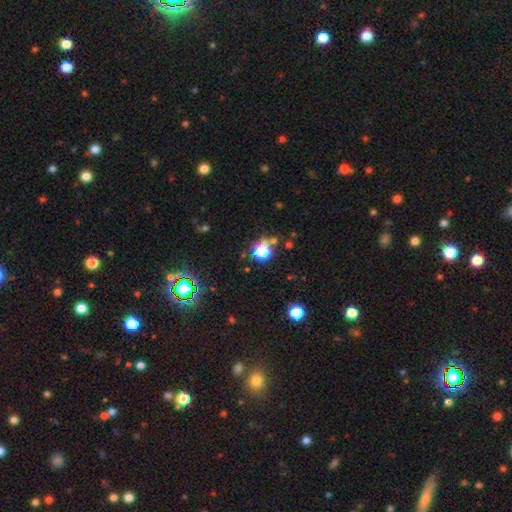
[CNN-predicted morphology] Smooth or featured?
  - star or artifact: 61% *
  - smooth: 32%
  - featured or disk: 7%